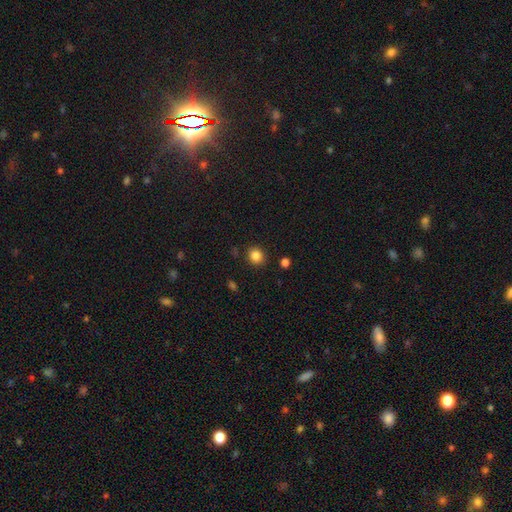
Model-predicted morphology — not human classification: smooth_or_featured: smooth (p=0.85) [alt: star or artifact p=0.11]
how_rounded: round (p=0.82) [alt: in between p=0.17]
merging: none (p=0.88) [alt: minor disturbance p=0.07]